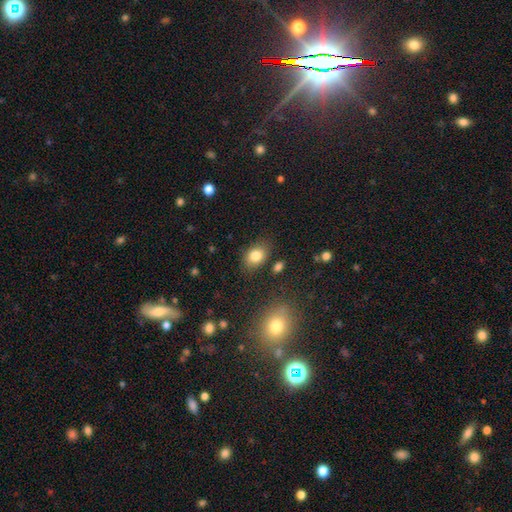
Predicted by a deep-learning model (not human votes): This is clearly a smooth galaxy (83%). How rounded: likely in between (76%). Merging: likely none (79%).